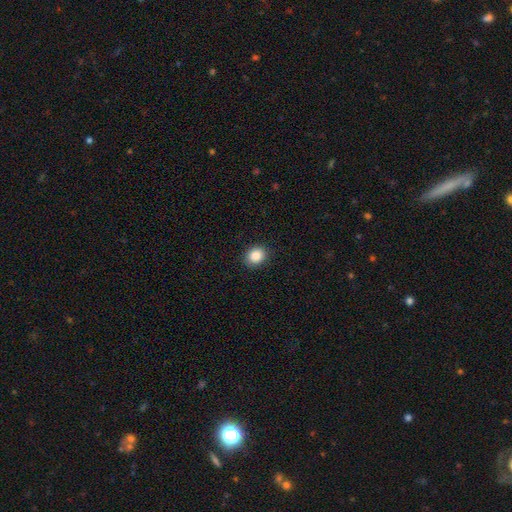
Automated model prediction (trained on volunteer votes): Q: Smooth or featured?
A: smooth (88%); runner-up: star or artifact (9%)
Q: How rounded?
A: round (57%); runner-up: in between (42%)
Q: Merging?
A: none (90%); runner-up: minor disturbance (7%)